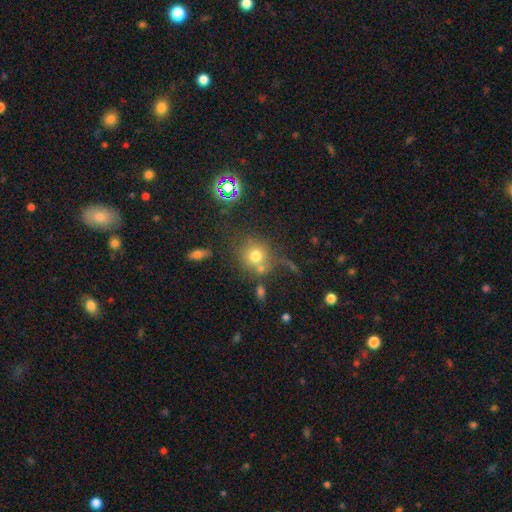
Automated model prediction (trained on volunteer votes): Overall: smooth (71%). How rounded: round (86%). Merging: none (54%; merger 23%).